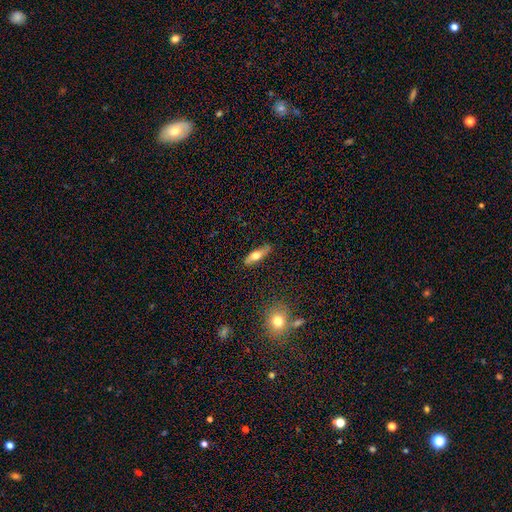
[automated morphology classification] smooth-or-featured: smooth: 55% | featured or disk: 39% | star or artifact: 6%
  how-rounded: cigar-shaped: 50% | in between: 46% | round: 4%
  merging: none: 84% | minor disturbance: 12% | major disturbance: 2% | merger: 2%